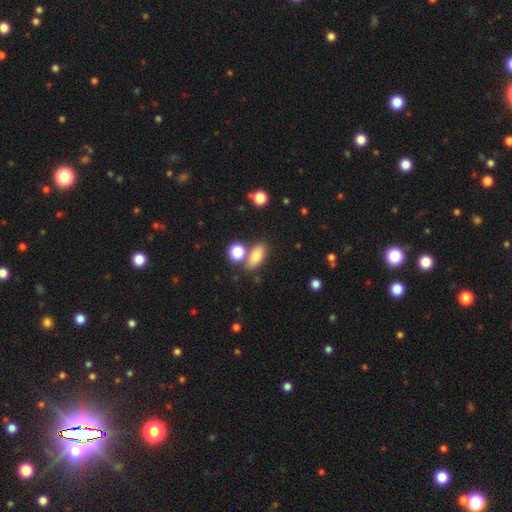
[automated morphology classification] smooth-or-featured: smooth: 77% | featured or disk: 13% | star or artifact: 10%
  how-rounded: in between: 77% | round: 12% | cigar-shaped: 11%
  merging: none: 67% | merger: 18% | minor disturbance: 11% | major disturbance: 4%